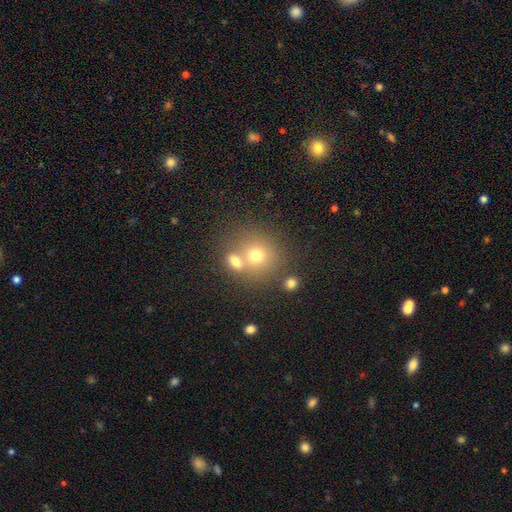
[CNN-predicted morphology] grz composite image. It shows a smooth galaxy with no disk features (68%) that is round (81%). Merging: none (48%).